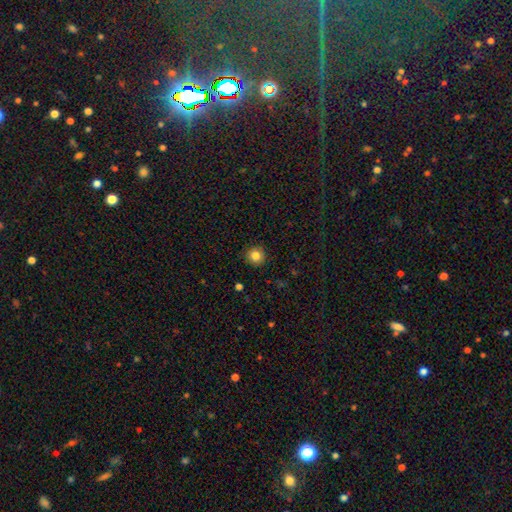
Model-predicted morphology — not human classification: This is clearly a smooth galaxy (84%). How rounded: clearly round (94%). Merging: clearly none (92%).